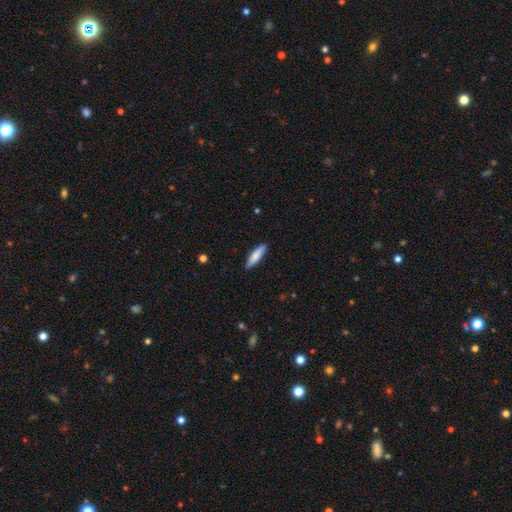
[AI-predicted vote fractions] The model was most divided on "how rounded": cigar-shaped: 72%, in between: 27%, round: 1%. More confident: merging — none (88%); smooth or featured — smooth (79%).